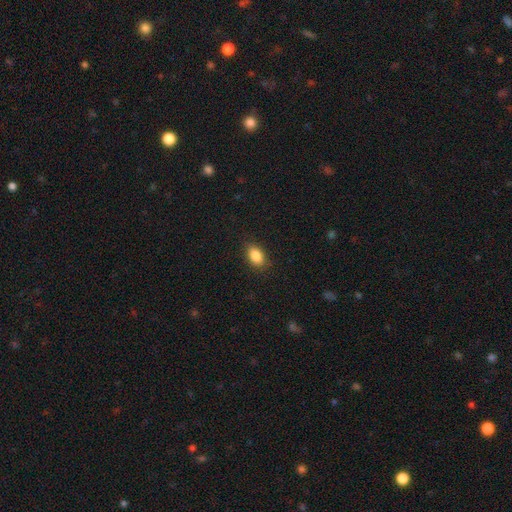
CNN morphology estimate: This is clearly a smooth galaxy (87%). How rounded: clearly in between (87%). Merging: clearly none (87%).